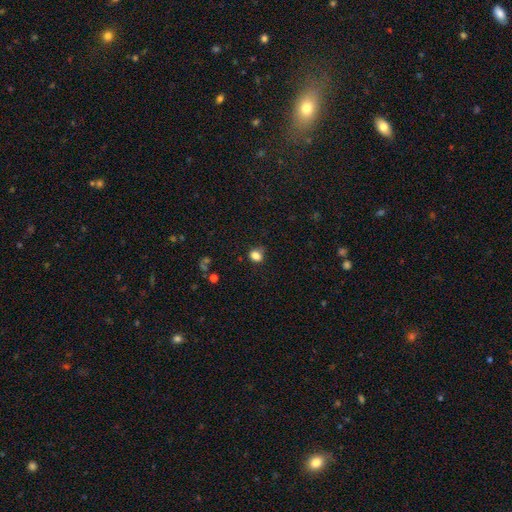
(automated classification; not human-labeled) Smooth or featured? Predicted: smooth (p=0.83). How rounded? Predicted: round (p=0.59). Merging? Predicted: none (p=0.67).